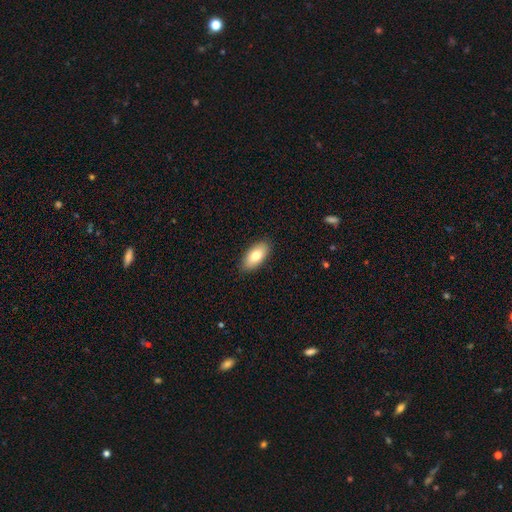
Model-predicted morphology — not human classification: Smooth or featured? Predicted: smooth (p=0.80). How rounded? Predicted: in between (p=0.92). Merging? Predicted: none (p=0.89).